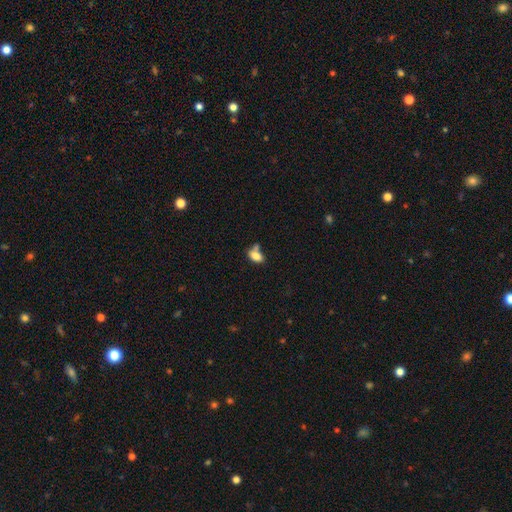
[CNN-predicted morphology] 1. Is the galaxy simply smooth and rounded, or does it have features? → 81% smooth, 10% featured or disk, 10% star or artifact.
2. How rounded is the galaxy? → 88% in between, 7% round, 4% cigar-shaped.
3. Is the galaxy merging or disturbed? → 42% none, 31% merger, 19% minor disturbance, 8% major disturbance.